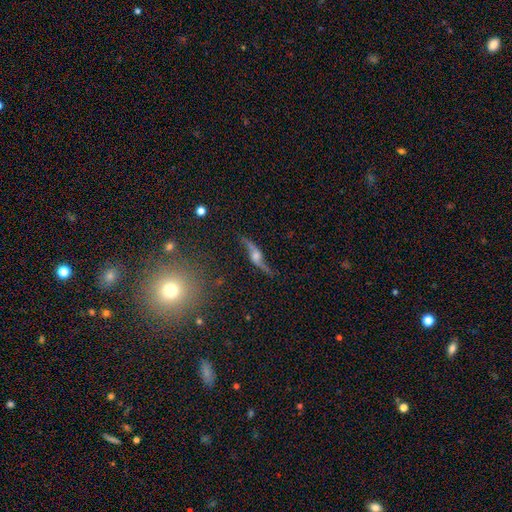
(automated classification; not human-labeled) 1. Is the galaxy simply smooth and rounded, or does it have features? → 83% featured or disk, 9% smooth, 7% star or artifact.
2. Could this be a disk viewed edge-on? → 64% no, 36% yes.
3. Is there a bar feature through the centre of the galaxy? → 58% no, 31% weak, 11% strong.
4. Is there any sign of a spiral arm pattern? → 93% yes, 7% no.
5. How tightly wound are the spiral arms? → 92% loose, 6% medium, 2% tight.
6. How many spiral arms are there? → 93% 2, 2% 1, 2% can't tell, 1% 3, 1% 4, 1% more than 4.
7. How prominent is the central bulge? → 39% moderate, 23% small, 21% large, 12% none, 5% dominant.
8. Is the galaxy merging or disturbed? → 73% none, 16% minor disturbance, 9% major disturbance, 3% merger.